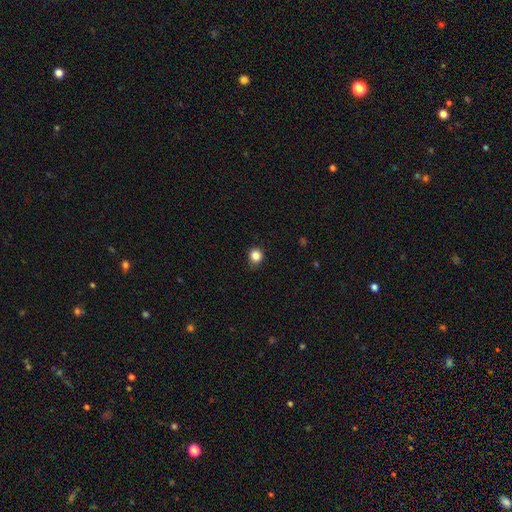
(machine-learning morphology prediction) type=smooth (85%); roundness=round (88%); merging=none (84%).